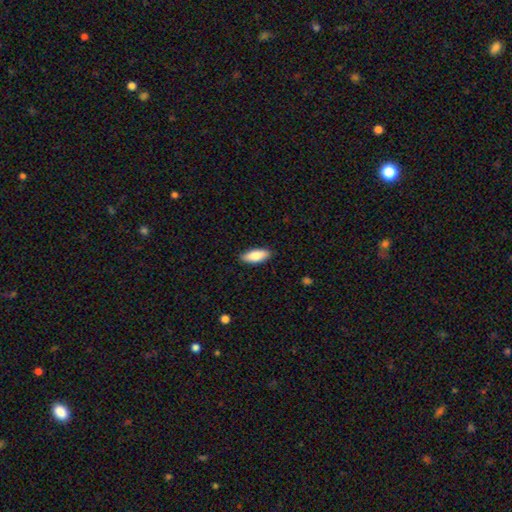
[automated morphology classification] This appears to be a smooth galaxy with no disk features (84%) that is in between round and cigar-shaped (79%). Merging: none (89%).